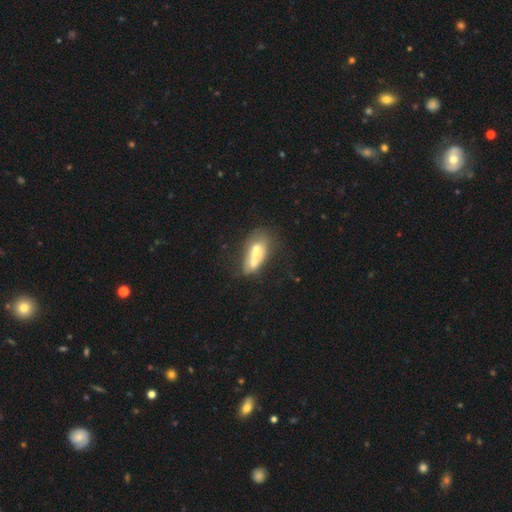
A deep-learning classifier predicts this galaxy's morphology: A smooth galaxy with no disk features (47%).

Vote fractions:
- Smooth or featured? smooth: 47% / featured or disk: 44% / star or artifact: 9%
- Merging? merger: 57% / none: 22% / minor disturbance: 11% / major disturbance: 10%